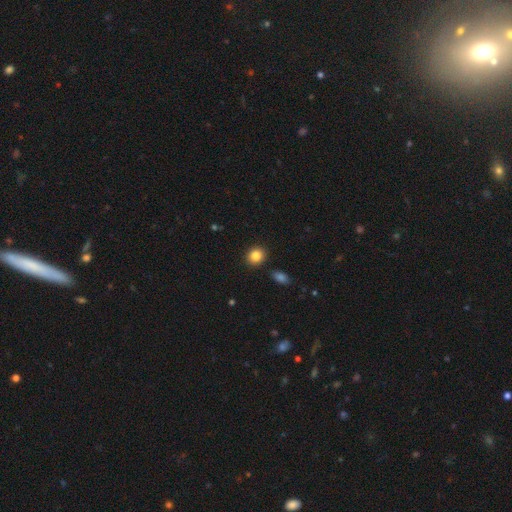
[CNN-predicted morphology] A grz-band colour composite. It shows a smooth galaxy with no disk features (85%) that is round (76%). Merging: none (89%).